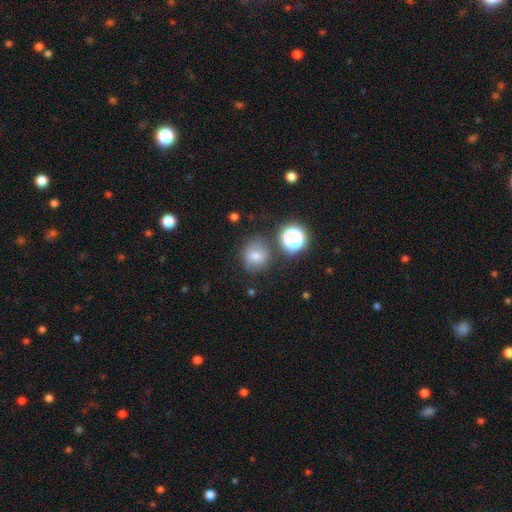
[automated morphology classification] A smooth galaxy with no disk features (66%) that is round (78%).

Vote fractions:
- Smooth or featured? smooth: 66% / star or artifact: 20% / featured or disk: 13%
- How rounded? round: 78% / in between: 21% / cigar-shaped: 1%
- Merging? none: 75% / minor disturbance: 15% / merger: 5% / major disturbance: 5%